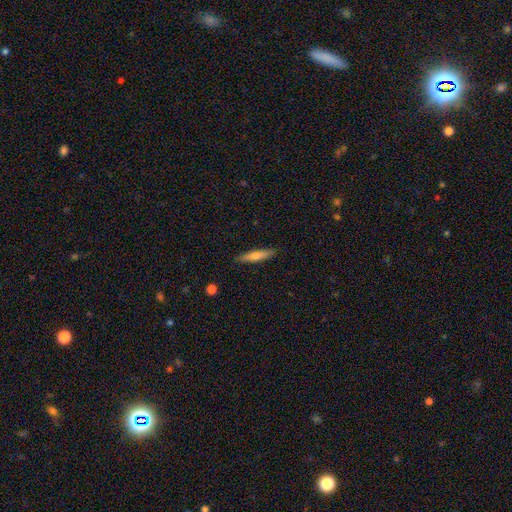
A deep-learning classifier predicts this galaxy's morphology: smooth_or_featured: smooth (p=0.59) [alt: featured or disk p=0.35]
how_rounded: cigar-shaped (p=0.86) [alt: in between p=0.12]
merging: none (p=0.89) [alt: minor disturbance p=0.09]